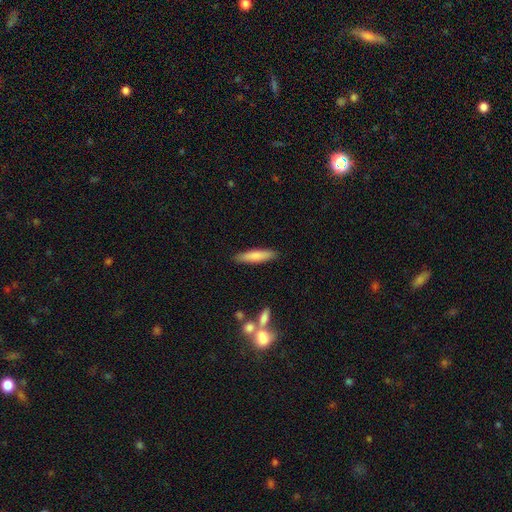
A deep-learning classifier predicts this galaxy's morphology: This is likely a smooth galaxy (79%). How rounded: clearly cigar-shaped (83%). Merging: clearly none (89%).